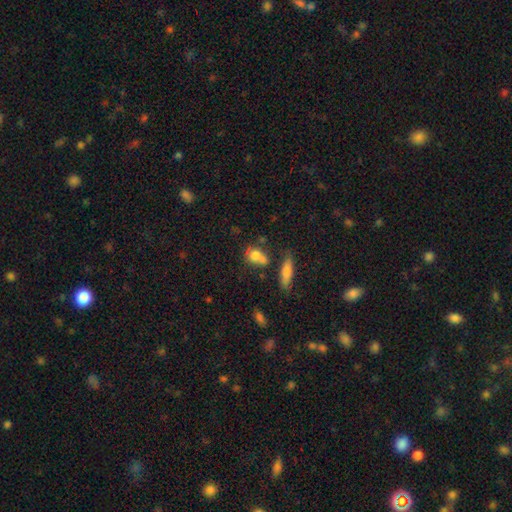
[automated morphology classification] smooth_or_featured: smooth (p=0.75) [alt: featured or disk p=0.15]
how_rounded: in between (p=0.49) [alt: round p=0.47]
merging: none (p=0.40) [alt: merger p=0.36]